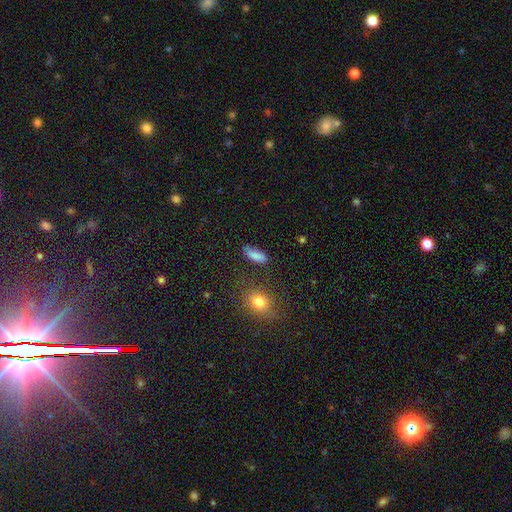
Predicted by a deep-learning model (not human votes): smooth 82%, star or artifact 10%, featured or disk 8%. Down the decision tree: how rounded — in between (65%); merging — none (69%).